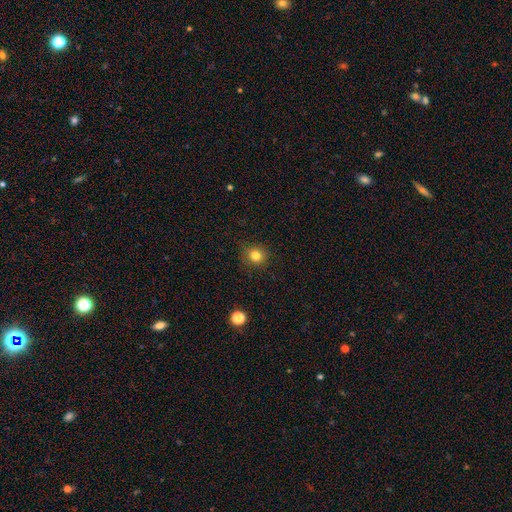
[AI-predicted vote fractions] The model was most divided on "smooth or featured": smooth: 82%, star or artifact: 12%, featured or disk: 6%. More confident: how rounded — round (88%); merging — none (88%).